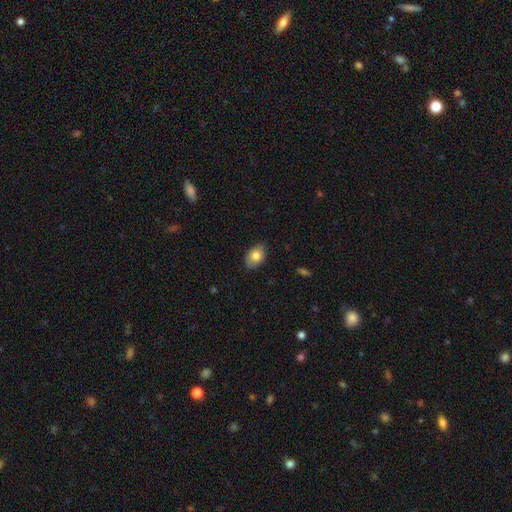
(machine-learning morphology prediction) Smooth or featured? Predicted: smooth (p=0.81). How rounded? Predicted: in between (p=0.85). Merging? Predicted: none (p=0.82).